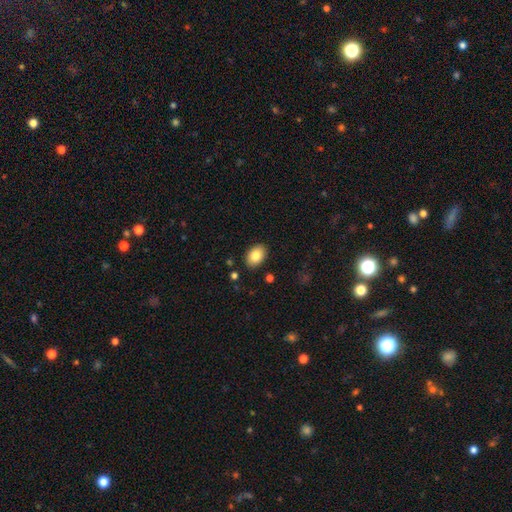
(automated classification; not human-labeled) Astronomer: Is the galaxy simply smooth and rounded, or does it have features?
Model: smooth — 83%.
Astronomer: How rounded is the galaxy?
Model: in between — 85%.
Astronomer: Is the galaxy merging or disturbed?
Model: none — 88%.